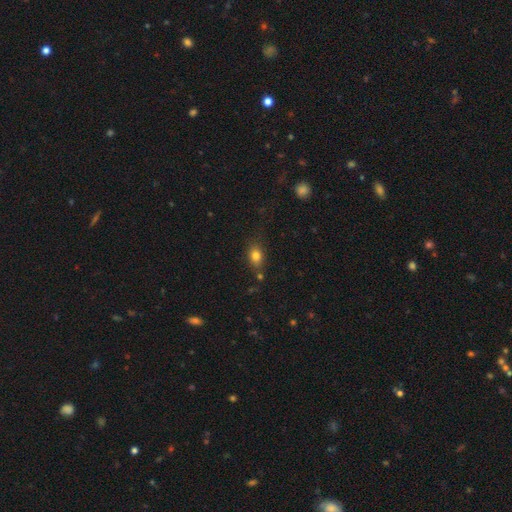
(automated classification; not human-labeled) Q: Smooth or featured?
A: smooth (80%); runner-up: star or artifact (12%)
Q: How rounded?
A: in between (65%); runner-up: round (32%)
Q: Merging?
A: none (72%); runner-up: minor disturbance (17%)